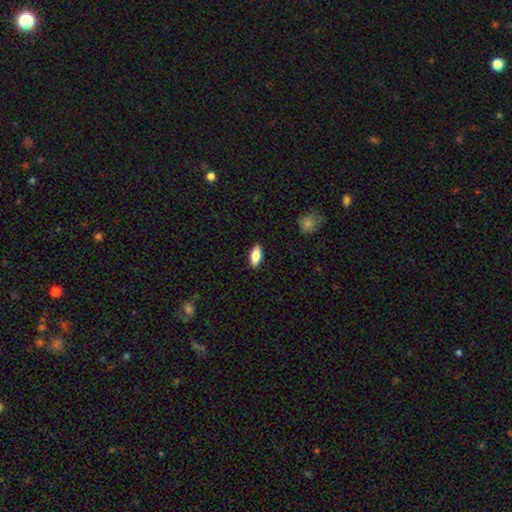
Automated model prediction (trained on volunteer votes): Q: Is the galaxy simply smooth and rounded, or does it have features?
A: smooth — 78%.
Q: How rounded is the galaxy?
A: in between — 84%.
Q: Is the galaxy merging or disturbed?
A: none — 88%.